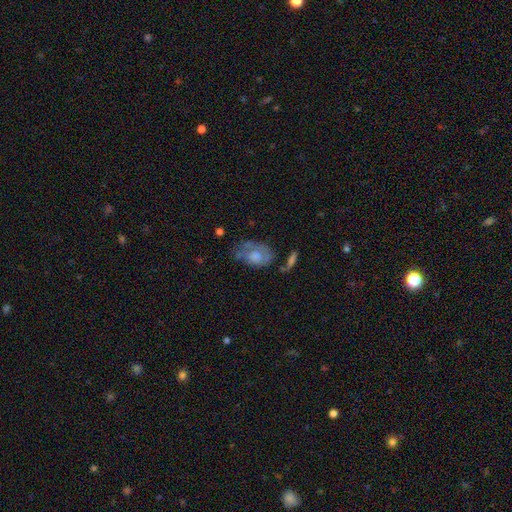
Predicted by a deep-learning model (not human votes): Smooth or featured? smooth (54%)
How rounded? in between (84%)
Merging? none (38%)